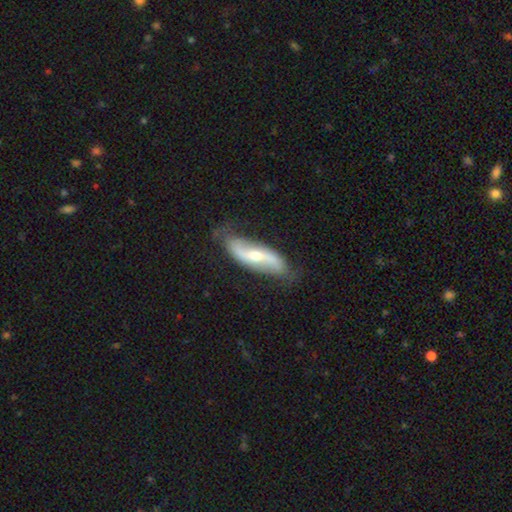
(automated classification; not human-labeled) featured or disk 76%, smooth 19%, star or artifact 5%. Down the decision tree: edge-on disk — no (86%); bar — strong (36%); spiral arms — yes (89%); spiral arm count — 2 (90%); spiral winding — loose (73%); bulge size — moderate (57%); merging — none (71%).